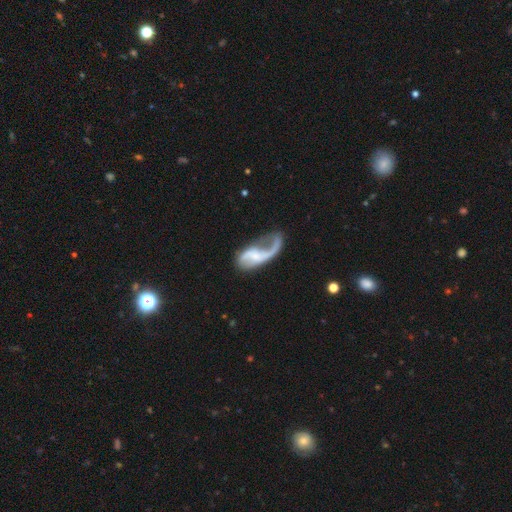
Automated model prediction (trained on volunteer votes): A featured or disk galaxy (74%) with no bar (48%), 2 (51%) loose (78%) spiral arms (87%) and a small central bulge (40%). Merging: major disturbance (43%).